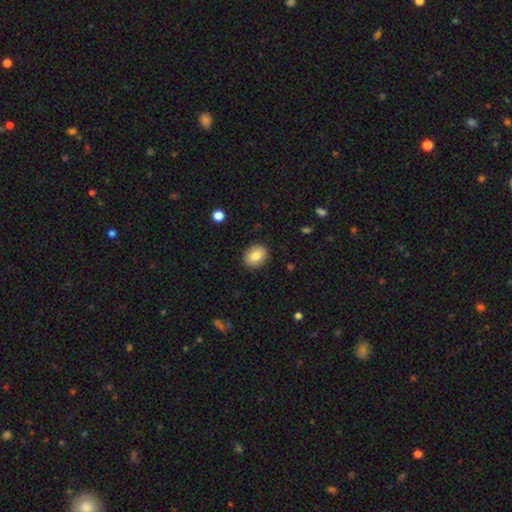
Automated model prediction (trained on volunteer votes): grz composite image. It shows a smooth galaxy with no disk features (82%) that is in between round and cigar-shaped (58%). Merging: none (88%).